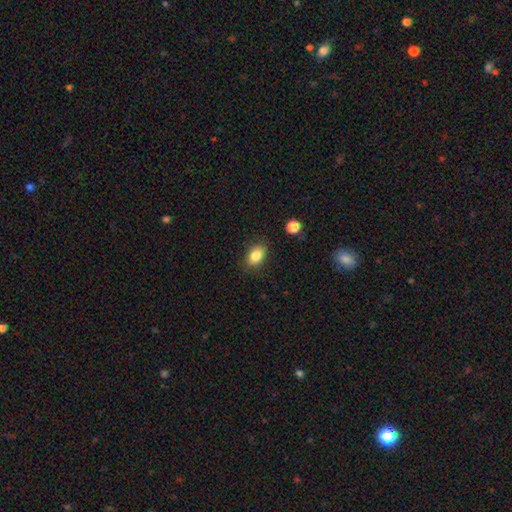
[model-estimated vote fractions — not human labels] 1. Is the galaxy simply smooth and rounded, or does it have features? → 84% smooth, 9% star or artifact, 7% featured or disk.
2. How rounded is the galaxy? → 81% in between, 17% round, 1% cigar-shaped.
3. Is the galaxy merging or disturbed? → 85% none, 11% minor disturbance, 3% major disturbance, 2% merger.